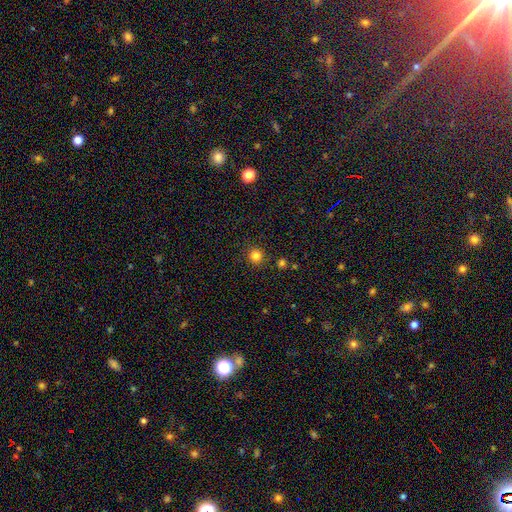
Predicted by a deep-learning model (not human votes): Morphology: type=smooth (82%); roundness=round (94%); merging=none (89%).